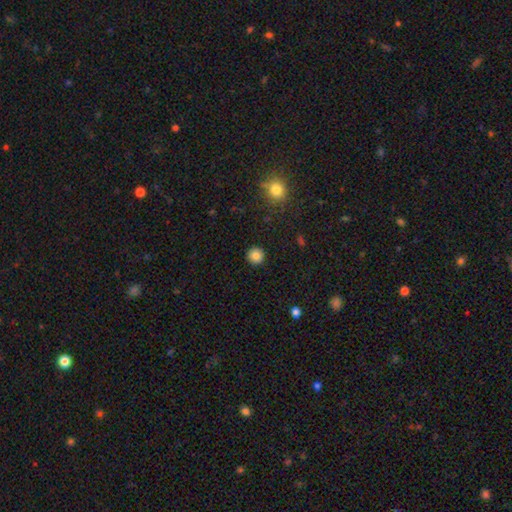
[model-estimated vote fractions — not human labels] This appears to be a smooth galaxy with no disk features (84%) that is round (95%). Merging: none (92%).